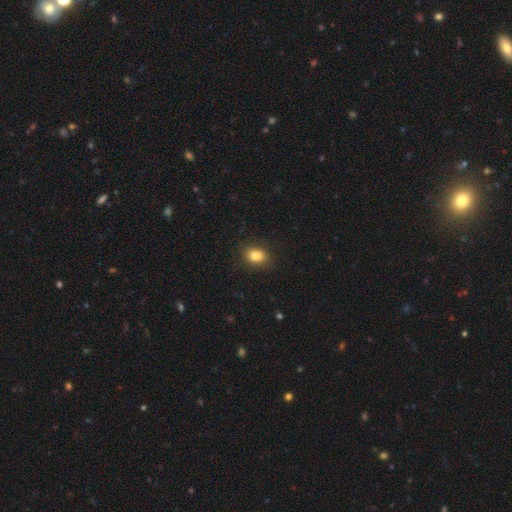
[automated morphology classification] Smooth or featured?
  - smooth: 83% *
  - star or artifact: 10%
  - featured or disk: 7%
How rounded?
  - in between: 52% *
  - round: 47%
  - cigar-shaped: 1%
Merging?
  - none: 87% *
  - minor disturbance: 9%
  - major disturbance: 3%
  - merger: 1%